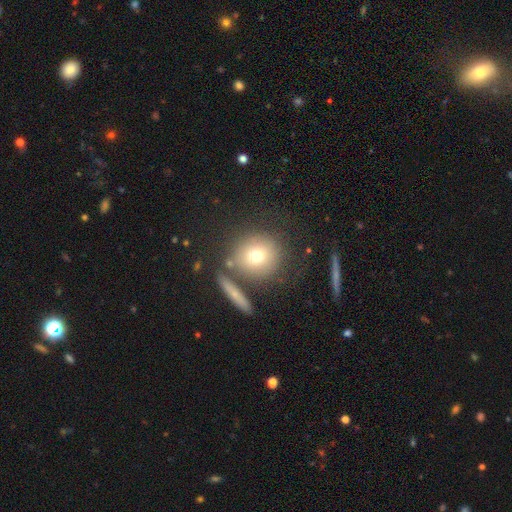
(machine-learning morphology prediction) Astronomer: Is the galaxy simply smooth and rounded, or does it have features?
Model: smooth — 72%.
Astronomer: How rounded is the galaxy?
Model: round — 90%.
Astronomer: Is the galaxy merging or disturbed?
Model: none — 74%.